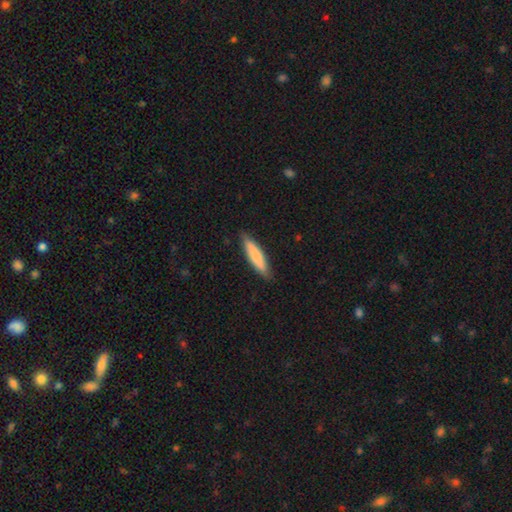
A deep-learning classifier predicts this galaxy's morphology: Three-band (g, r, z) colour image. It shows a smooth galaxy with no disk features (72%) that is cigar-shaped (81%). Merging: none (86%).